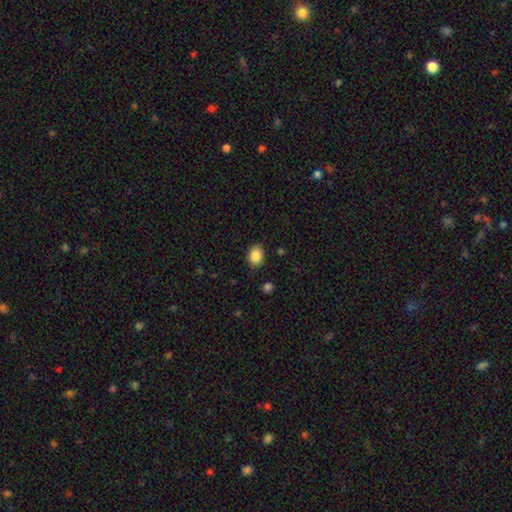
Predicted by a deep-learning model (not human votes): This is clearly a smooth galaxy (87%). How rounded: possibly in between (59%). Merging: clearly none (83%).